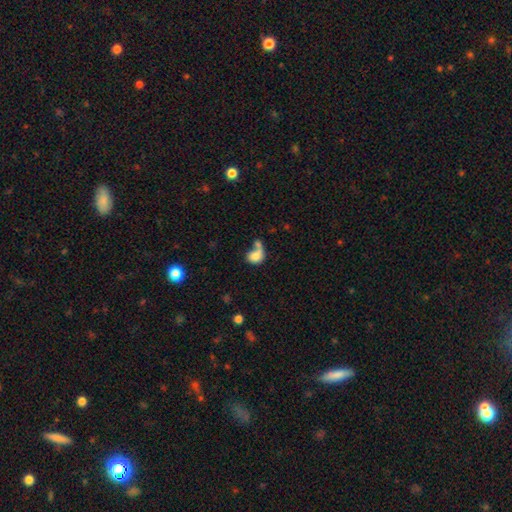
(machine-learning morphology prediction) Smooth or featured?
  - smooth: 73% *
  - featured or disk: 18%
  - star or artifact: 9%
How rounded?
  - in between: 52% *
  - round: 47%
  - cigar-shaped: 2%
Merging?
  - merger: 49% *
  - none: 24%
  - major disturbance: 16%
  - minor disturbance: 11%